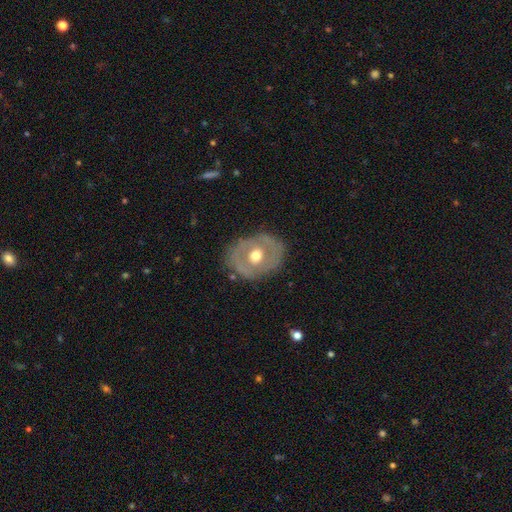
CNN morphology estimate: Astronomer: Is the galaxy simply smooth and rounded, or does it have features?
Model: featured or disk — 62%.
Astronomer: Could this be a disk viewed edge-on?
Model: no — 94%.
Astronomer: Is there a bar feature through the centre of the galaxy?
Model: no — 77%.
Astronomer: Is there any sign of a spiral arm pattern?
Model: no — 71%.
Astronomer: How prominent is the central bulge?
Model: moderate — 78%.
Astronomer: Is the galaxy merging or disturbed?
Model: none — 75%.